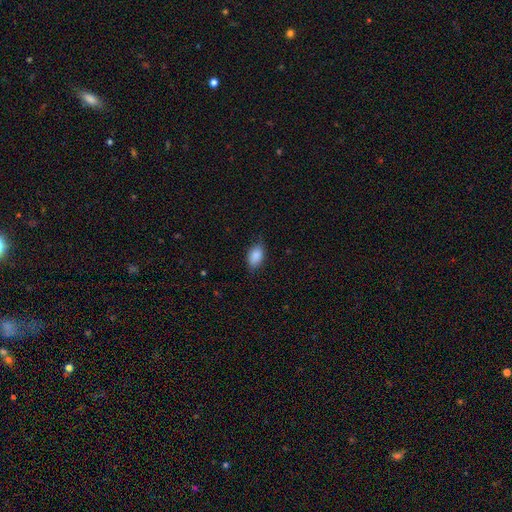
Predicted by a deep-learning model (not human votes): Overall: smooth (87%). How rounded: in between (91%). Merging: none (75%).